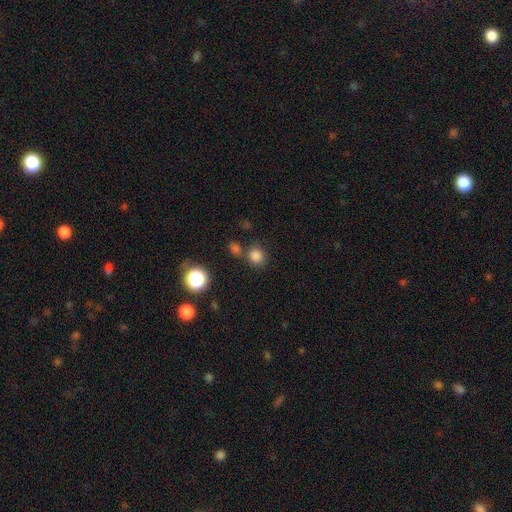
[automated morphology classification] Smooth or featured: smooth — 79% (star or artifact — 16%)
How rounded: round — 80% (in between — 19%)
Merging: none — 68% (merger — 17%)